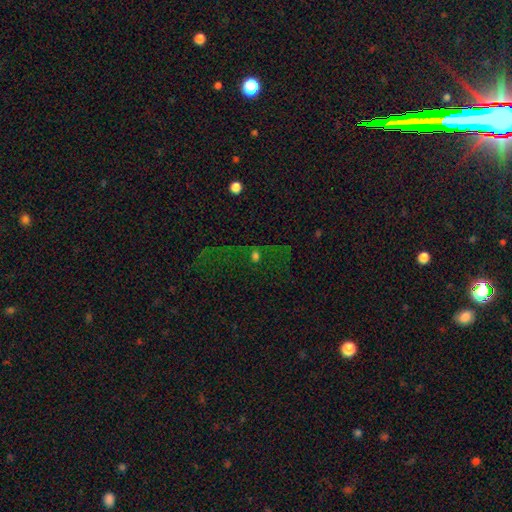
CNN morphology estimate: Q: Smooth or featured?
A: star or artifact (50%); runner-up: smooth (30%)